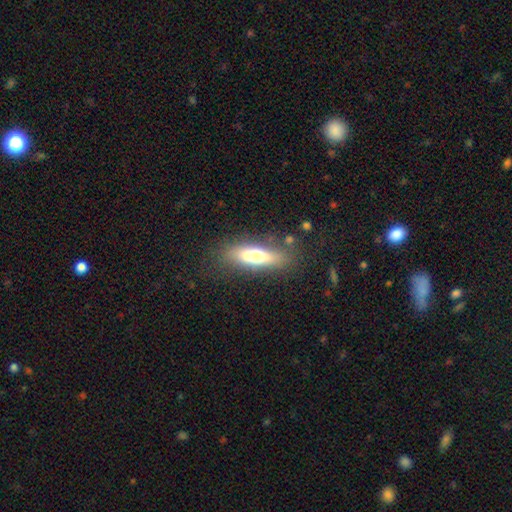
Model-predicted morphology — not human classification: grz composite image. It shows a smooth galaxy with no disk features (58%) that is cigar-shaped (49%). Merging: none (75%).